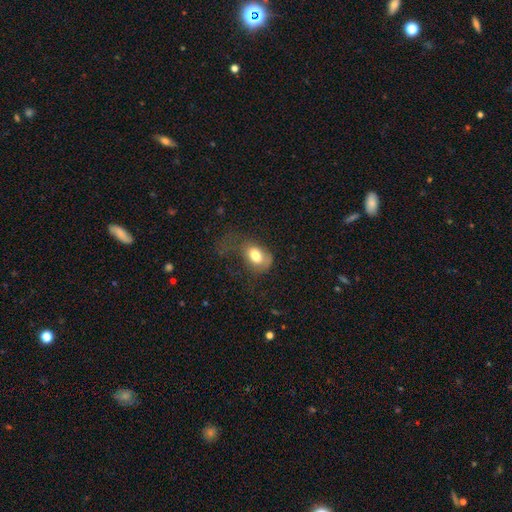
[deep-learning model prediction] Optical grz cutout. It shows a smooth galaxy with no disk features (76%) that is in between round and cigar-shaped (83%). Merging: major disturbance (40%).